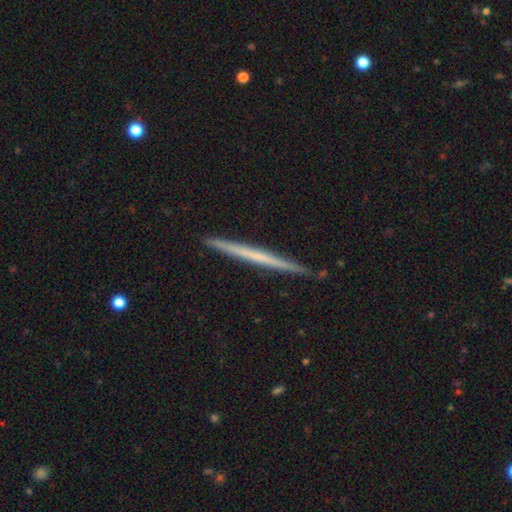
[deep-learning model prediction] Morphology: type=featured or disk (54%); edge-on=yes (98%); edge-on bulge=none (90%); merging=none (91%).